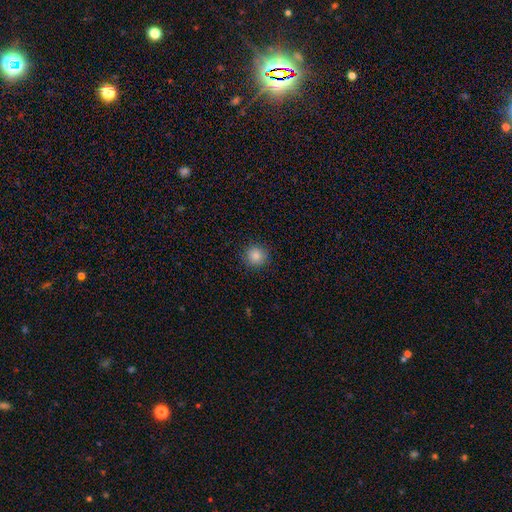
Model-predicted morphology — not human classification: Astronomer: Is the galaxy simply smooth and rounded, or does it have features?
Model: smooth — 86%.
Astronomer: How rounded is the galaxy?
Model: round — 93%.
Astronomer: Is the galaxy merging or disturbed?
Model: none — 90%.